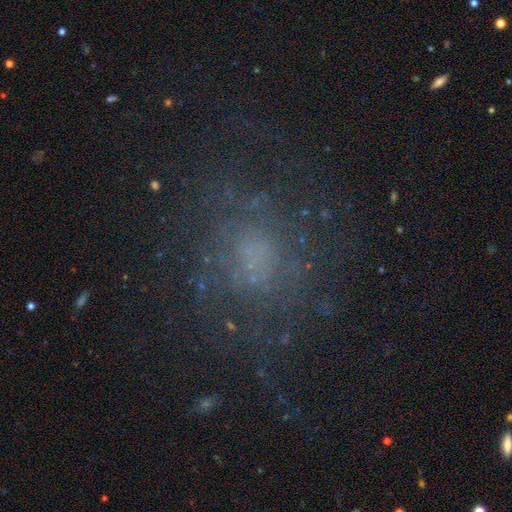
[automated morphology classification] Q: Smooth or featured?
A: featured or disk (52%); runner-up: smooth (24%)
Q: Edge-on disk?
A: no (95%); runner-up: yes (5%)
Q: Bar?
A: no (71%); runner-up: weak (25%)
Q: Spiral arms?
A: yes (72%); runner-up: no (28%)
Q: Bulge size?
A: small (31%); runner-up: moderate (29%)
Q: Merging?
A: none (68%); runner-up: major disturbance (15%)